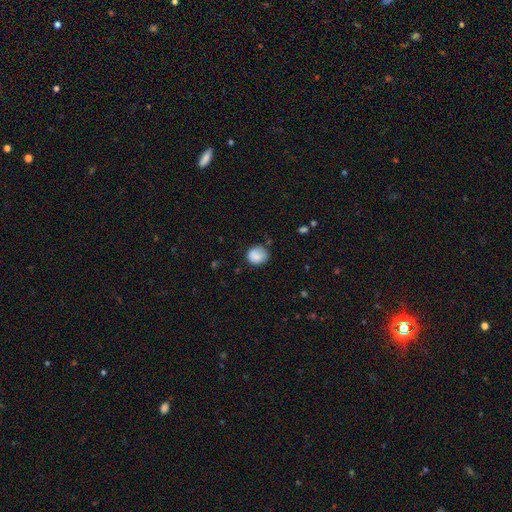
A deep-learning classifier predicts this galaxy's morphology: smooth_or_featured: smooth (p=0.85) [alt: star or artifact p=0.08]
how_rounded: round (p=0.79) [alt: in between p=0.20]
merging: none (p=0.68) [alt: minor disturbance p=0.24]